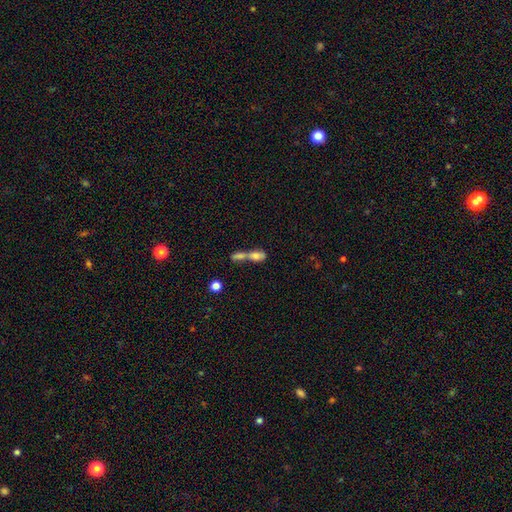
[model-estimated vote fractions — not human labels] A smooth galaxy with no disk features (66%) that is in between round and cigar-shaped (61%). Merging: merger (69%).